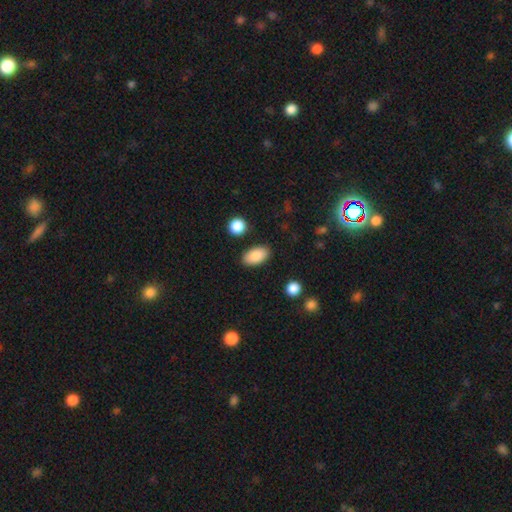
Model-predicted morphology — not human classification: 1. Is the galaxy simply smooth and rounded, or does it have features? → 88% smooth, 7% star or artifact, 5% featured or disk.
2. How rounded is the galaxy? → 94% in between, 4% round, 2% cigar-shaped.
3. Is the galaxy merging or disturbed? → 88% none, 8% minor disturbance, 2% major disturbance, 2% merger.